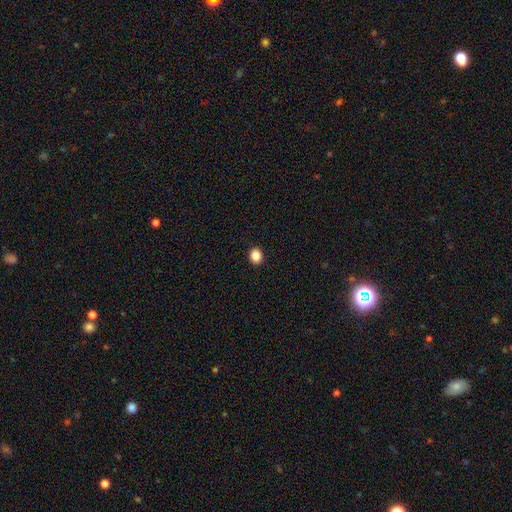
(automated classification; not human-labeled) Overall: smooth (87%). How rounded: round (64%; in between 35%). Merging: none (93%).